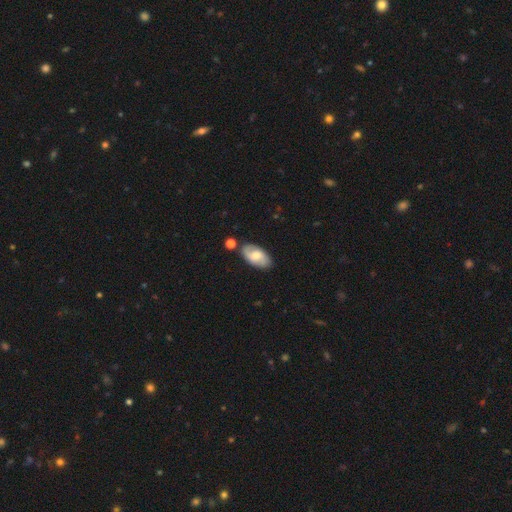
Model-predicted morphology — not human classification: smooth-or-featured: smooth: 50% | featured or disk: 43% | star or artifact: 7%
  merging: none: 75% | minor disturbance: 14% | merger: 7% | major disturbance: 3%